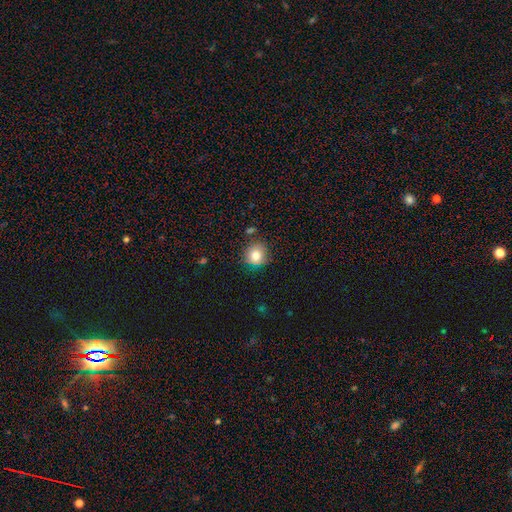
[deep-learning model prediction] Smooth or featured: smooth — 80% (star or artifact — 11%)
How rounded: round — 88% (in between — 12%)
Merging: none — 80% (minor disturbance — 13%)